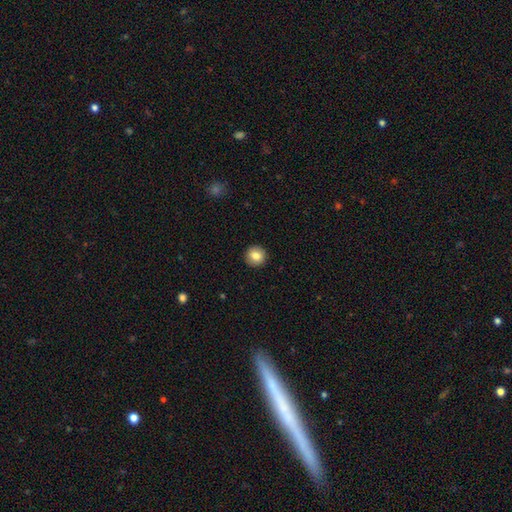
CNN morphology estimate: type=smooth (84%); roundness=round (94%); merging=none (93%).